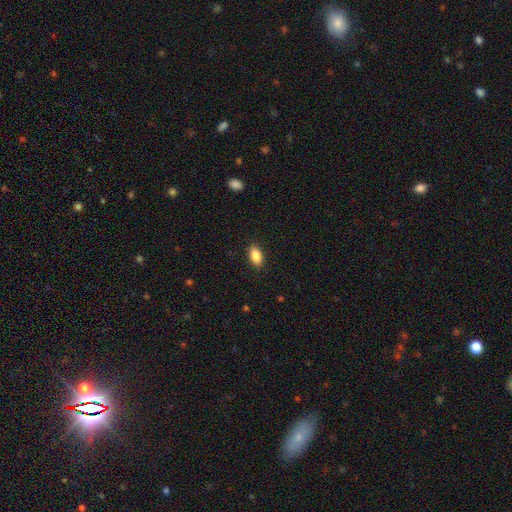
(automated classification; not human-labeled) Smooth or featured?
  - smooth: 87% *
  - star or artifact: 8%
  - featured or disk: 6%
How rounded?
  - in between: 90% *
  - cigar-shaped: 6%
  - round: 5%
Merging?
  - none: 89% *
  - minor disturbance: 8%
  - major disturbance: 2%
  - merger: 1%